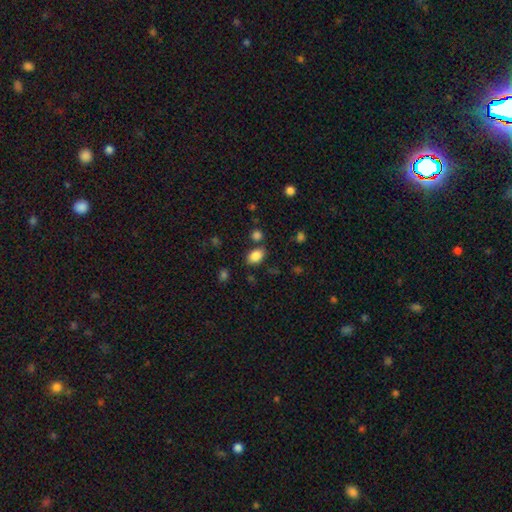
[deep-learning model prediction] Smooth or featured? smooth (86%)
How rounded? in between (85%)
Merging? none (75%)